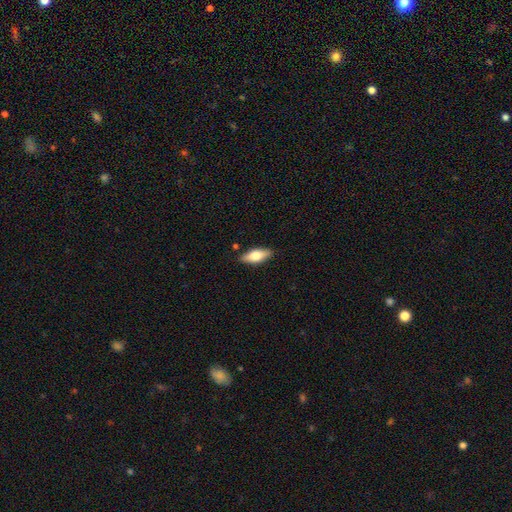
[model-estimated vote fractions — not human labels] Q: Smooth or featured?
A: smooth (66%); runner-up: featured or disk (28%)
Q: How rounded?
A: in between (73%); runner-up: cigar-shaped (25%)
Q: Merging?
A: none (85%); runner-up: minor disturbance (11%)